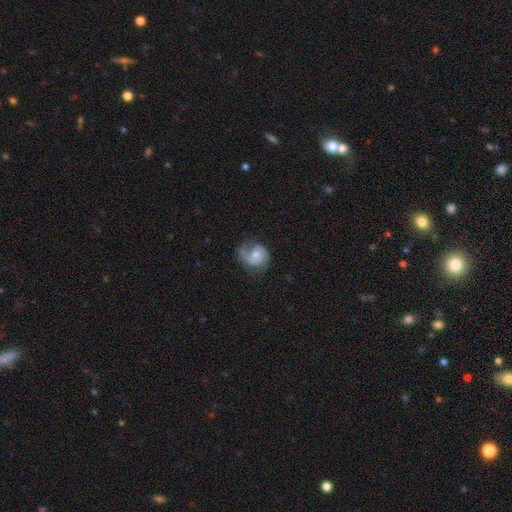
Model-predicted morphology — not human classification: Smooth or featured: featured or disk — 62% (smooth — 30%)
Edge-on disk: no — 98% (yes — 2%)
Bar: no — 67% (weak — 28%)
Spiral arms: yes — 88% (no — 12%)
Spiral winding: medium — 42% (loose — 33%)
Spiral arm count: 1 — 45% (2 — 44%)
Bulge size: moderate — 46% (small — 40%)
Merging: none — 45% (major disturbance — 27%)